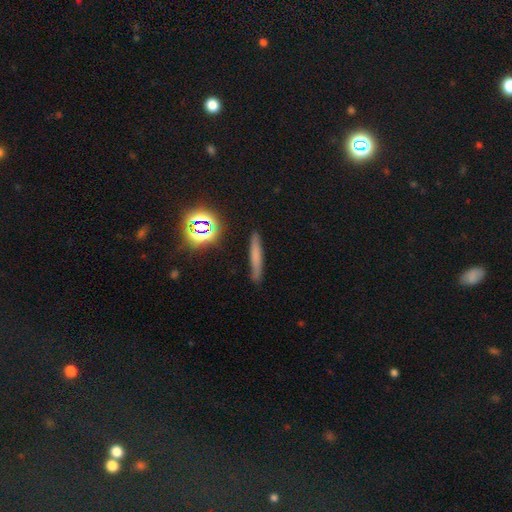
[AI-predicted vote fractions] Morphology: type=smooth (60%); roundness=cigar-shaped (91%); merging=none (86%).